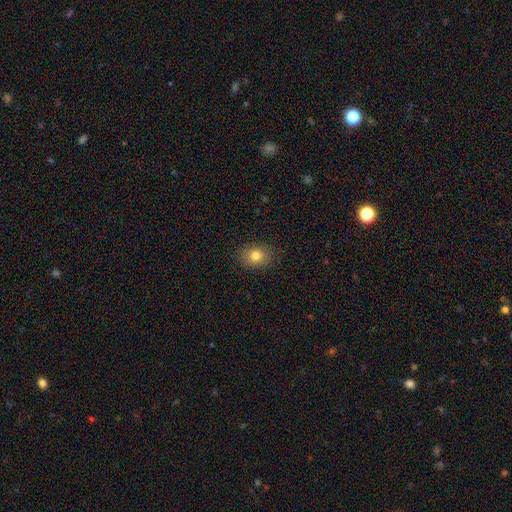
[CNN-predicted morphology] Smooth or featured?
  - smooth: 80% *
  - star or artifact: 11%
  - featured or disk: 9%
How rounded?
  - in between: 57% *
  - round: 42%
  - cigar-shaped: 1%
Merging?
  - none: 87% *
  - minor disturbance: 10%
  - major disturbance: 3%
  - merger: 1%